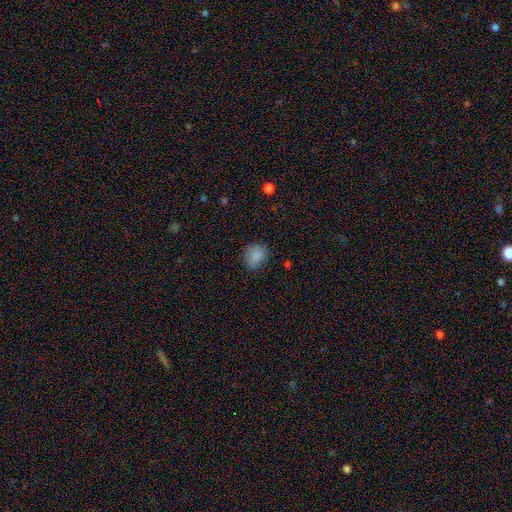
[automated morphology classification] A smooth galaxy with no disk features (84%) that is round (59%).

Vote fractions:
- Smooth or featured? smooth: 84% / star or artifact: 10% / featured or disk: 6%
- How rounded? round: 59% / in between: 40% / cigar-shaped: 1%
- Merging? none: 72% / minor disturbance: 22% / major disturbance: 5% / merger: 1%